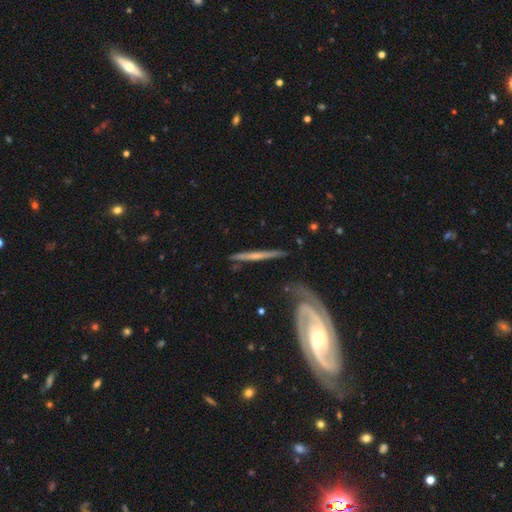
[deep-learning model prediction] A featured or disk galaxy (68%) viewed edge-on (85%) with no central bulge (59%). Merging: none (74%).